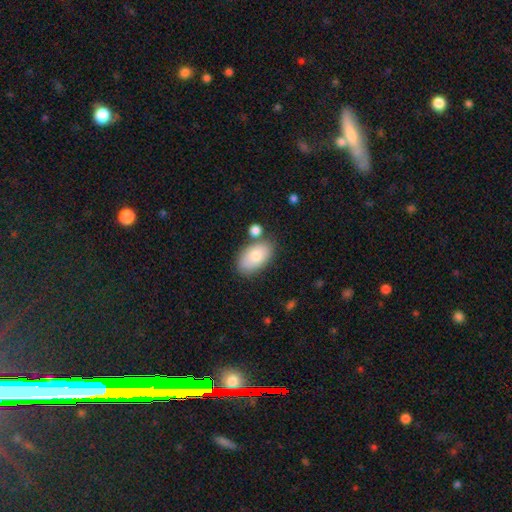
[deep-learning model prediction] Smooth or featured: smooth — 80% (featured or disk — 14%)
How rounded: in between — 94% (round — 5%)
Merging: none — 69% (minor disturbance — 16%)